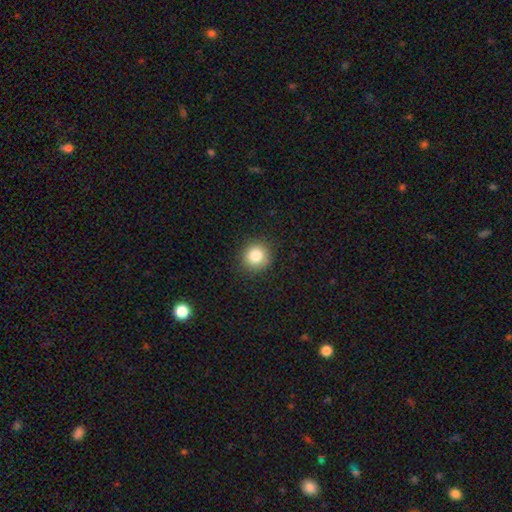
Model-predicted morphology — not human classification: A smooth galaxy with no disk features (84%) that is round (91%). Merging: none (91%).